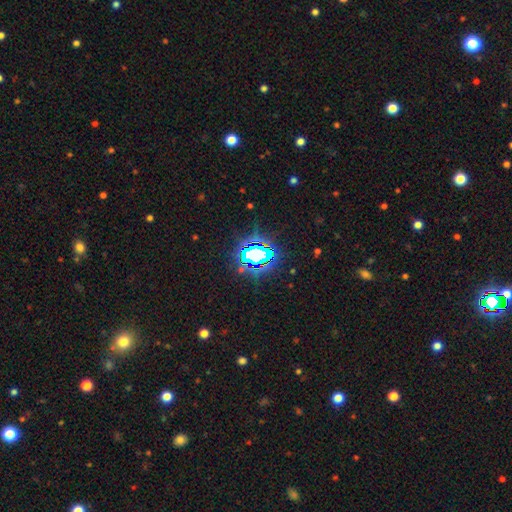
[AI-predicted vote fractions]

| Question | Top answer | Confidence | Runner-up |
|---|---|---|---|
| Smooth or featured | star or artifact | 68% | smooth (18%) |